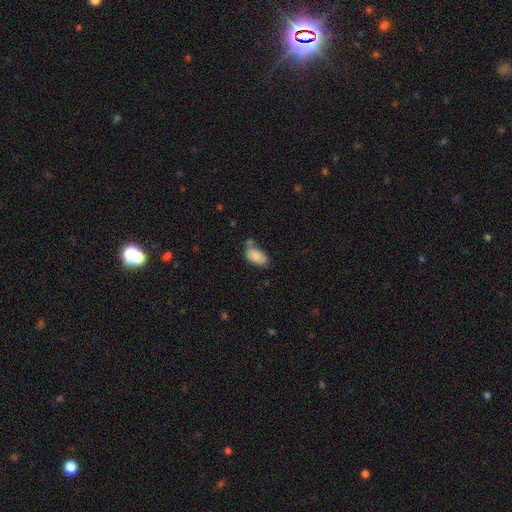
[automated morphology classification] smooth-or-featured: smooth: 82% | featured or disk: 11% | star or artifact: 7%
  how-rounded: in between: 94% | round: 4% | cigar-shaped: 2%
  merging: none: 50% | minor disturbance: 28% | merger: 15% | major disturbance: 8%